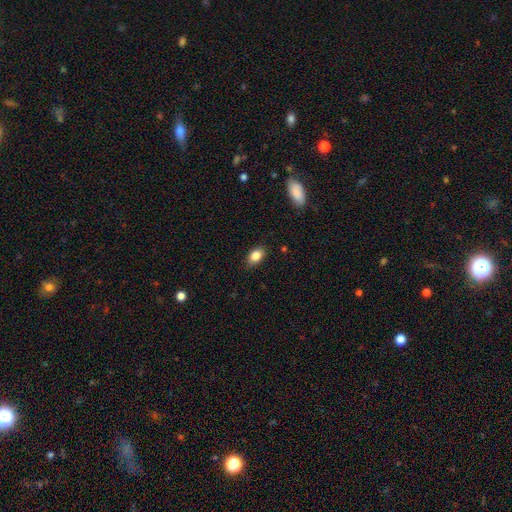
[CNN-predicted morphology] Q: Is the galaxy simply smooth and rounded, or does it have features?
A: smooth — 85%.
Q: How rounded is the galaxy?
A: in between — 86%.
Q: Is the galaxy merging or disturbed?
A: none — 85%.